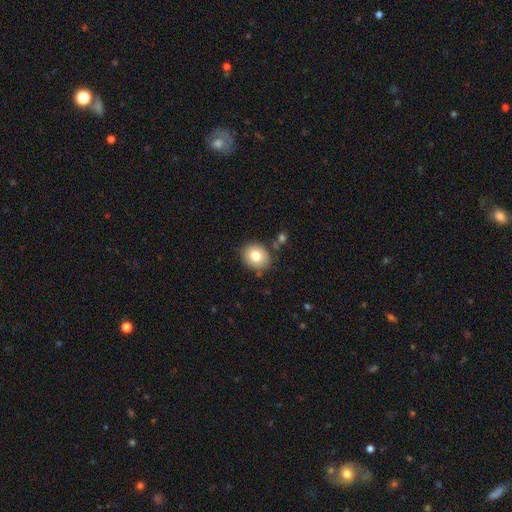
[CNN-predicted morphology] Smooth or featured? Predicted: smooth (p=0.78). How rounded? Predicted: round (p=0.72). Merging? Predicted: none (p=0.83).